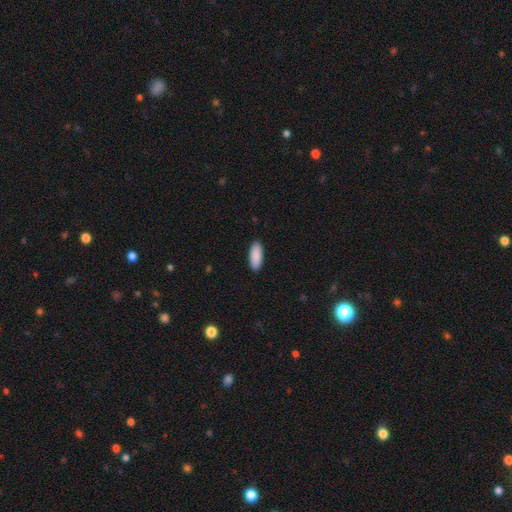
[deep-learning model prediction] Smooth or featured?
  - smooth: 91% *
  - star or artifact: 6%
  - featured or disk: 3%
How rounded?
  - in between: 77% *
  - cigar-shaped: 21%
  - round: 2%
Merging?
  - none: 91% *
  - minor disturbance: 7%
  - major disturbance: 2%
  - merger: 1%